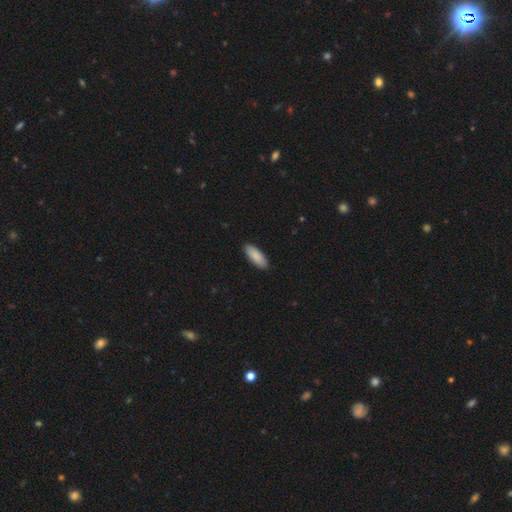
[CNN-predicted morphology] Overall: smooth (89%). How rounded: in between (74%). Merging: none (90%).